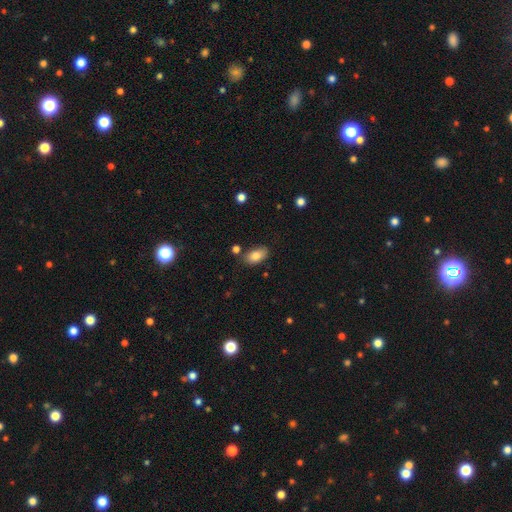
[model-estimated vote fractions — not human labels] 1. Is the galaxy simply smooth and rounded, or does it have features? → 83% smooth, 9% featured or disk, 8% star or artifact.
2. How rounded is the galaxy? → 92% in between, 5% round, 3% cigar-shaped.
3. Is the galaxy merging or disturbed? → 78% none, 14% minor disturbance, 5% merger, 3% major disturbance.